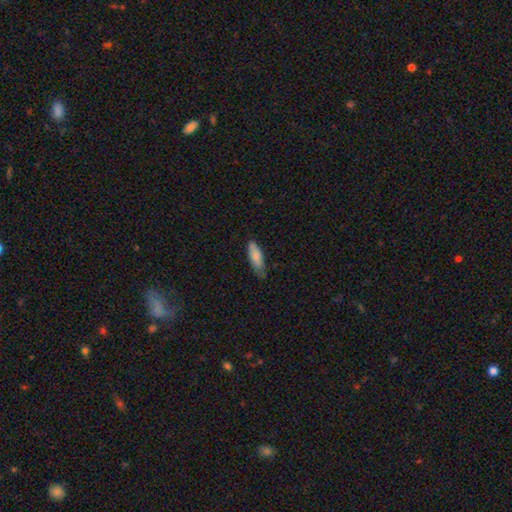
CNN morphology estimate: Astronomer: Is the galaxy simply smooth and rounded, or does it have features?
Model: smooth — 81%.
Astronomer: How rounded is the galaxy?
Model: in between — 51% (runner-up: cigar-shaped, 48%).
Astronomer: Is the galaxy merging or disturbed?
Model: none — 67%.